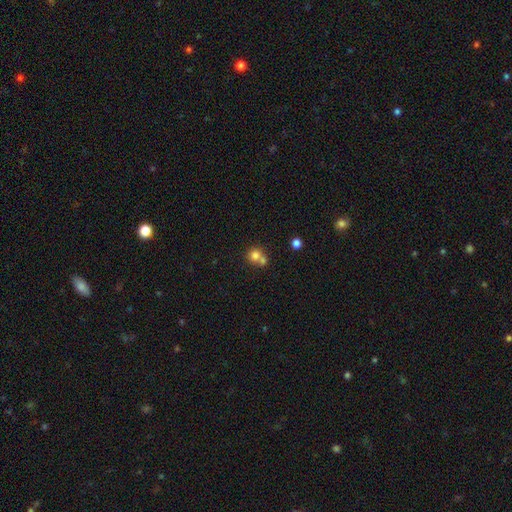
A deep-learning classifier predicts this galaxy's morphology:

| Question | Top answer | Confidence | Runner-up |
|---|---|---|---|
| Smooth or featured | smooth | 76% | star or artifact (12%) |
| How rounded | round | 86% | in between (13%) |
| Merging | merger | 49% | none (41%) |